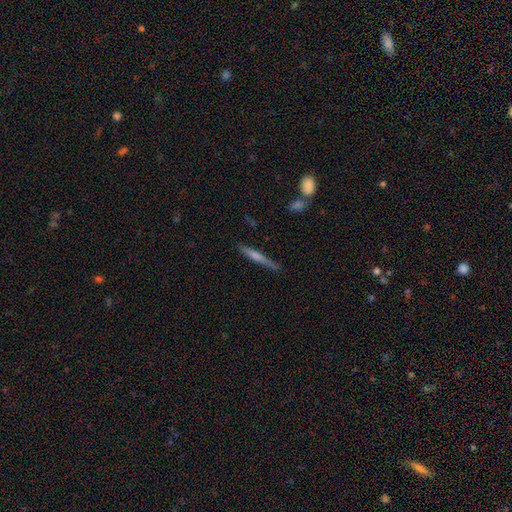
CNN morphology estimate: The model was most divided on "edge-on bulge": rounded: 47%, none: 39%, boxy: 14%. More confident: edge-on disk — yes (97%); merging — none (84%); smooth or featured — featured or disk (55%).